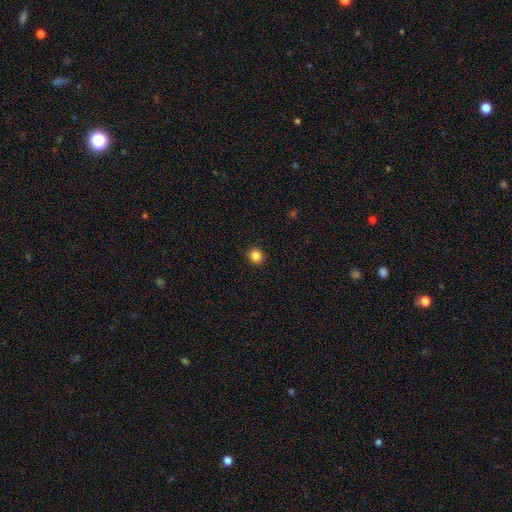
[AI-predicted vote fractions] Smooth or featured: smooth — 85% (star or artifact — 11%)
How rounded: round — 85% (in between — 14%)
Merging: none — 91% (minor disturbance — 6%)